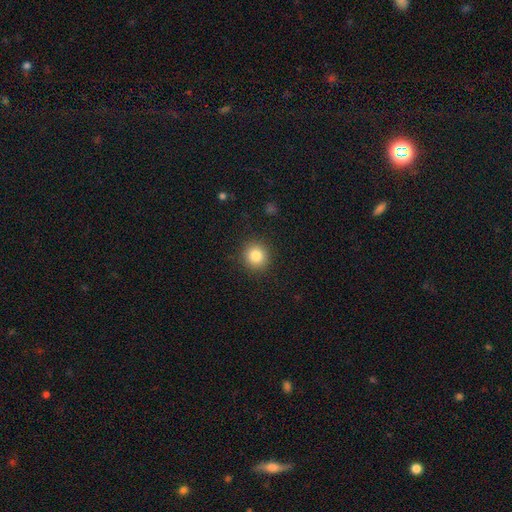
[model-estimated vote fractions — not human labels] Overall: smooth (84%). How rounded: round (92%). Merging: none (90%).